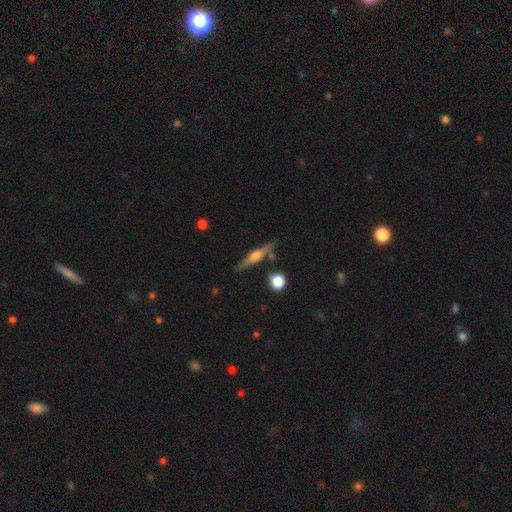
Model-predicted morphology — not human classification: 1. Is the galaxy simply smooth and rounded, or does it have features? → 66% featured or disk, 27% smooth, 7% star or artifact.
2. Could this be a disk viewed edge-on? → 96% yes, 4% no.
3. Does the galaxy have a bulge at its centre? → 78% rounded, 16% boxy, 6% none.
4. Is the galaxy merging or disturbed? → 80% none, 12% minor disturbance, 5% merger, 3% major disturbance.